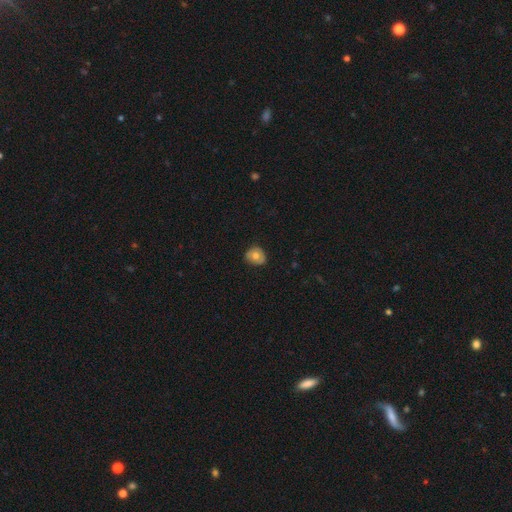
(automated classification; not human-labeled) A smooth galaxy with no disk features (71%) that is round (71%). Merging: none (78%).